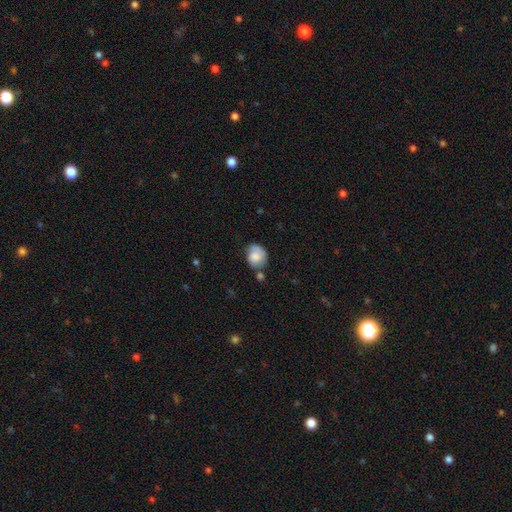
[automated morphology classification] The model was most divided on "how rounded": round: 55%, in between: 45%, cigar-shaped: 1%. Remaining: smooth or featured — smooth (77%); merging — none (49%).